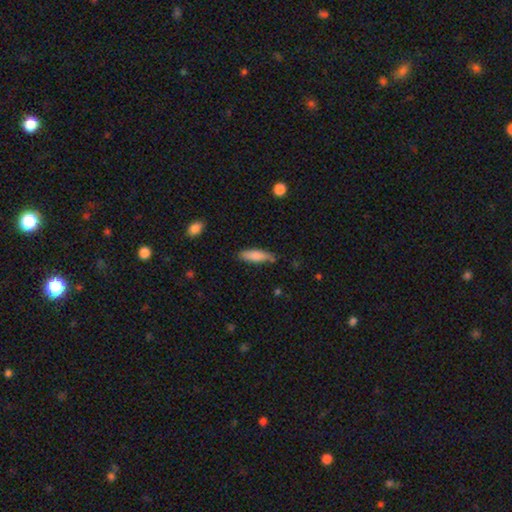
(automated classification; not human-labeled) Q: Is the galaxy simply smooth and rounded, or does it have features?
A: smooth — 83%.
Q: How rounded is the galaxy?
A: cigar-shaped — 55%.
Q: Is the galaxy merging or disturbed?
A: none — 69%.